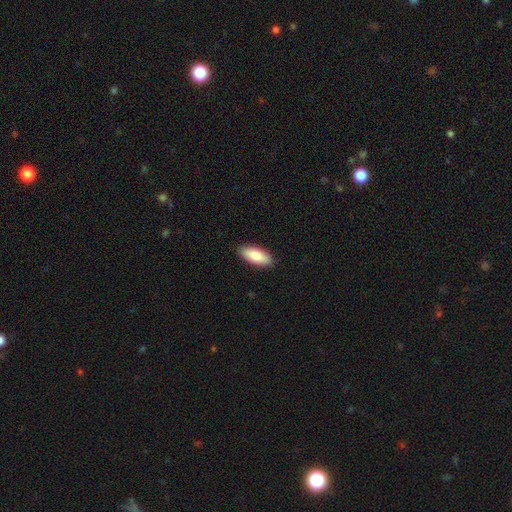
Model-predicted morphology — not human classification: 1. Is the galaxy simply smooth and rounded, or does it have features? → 86% smooth, 9% featured or disk, 5% star or artifact.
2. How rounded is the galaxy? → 84% in between, 14% cigar-shaped, 2% round.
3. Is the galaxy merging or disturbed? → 89% none, 8% minor disturbance, 2% major disturbance, 1% merger.